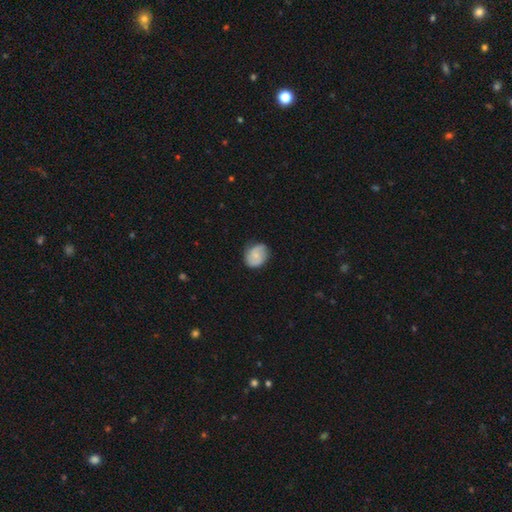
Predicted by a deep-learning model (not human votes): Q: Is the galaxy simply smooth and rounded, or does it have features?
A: smooth — 54%.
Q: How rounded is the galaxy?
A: round — 54%.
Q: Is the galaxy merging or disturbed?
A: none — 76%.